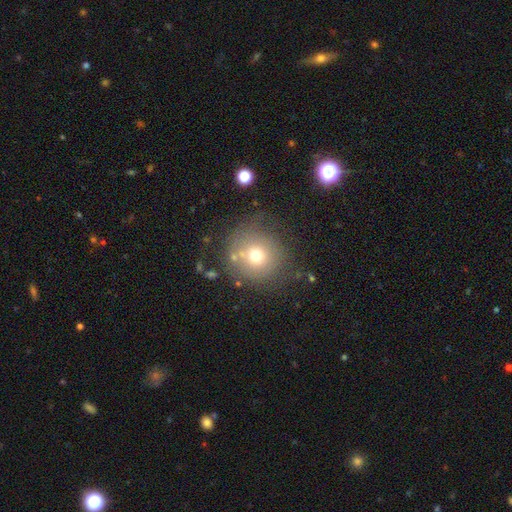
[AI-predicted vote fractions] This is likely a smooth galaxy (67%). How rounded: clearly round (92%). Merging: likely none (70%).